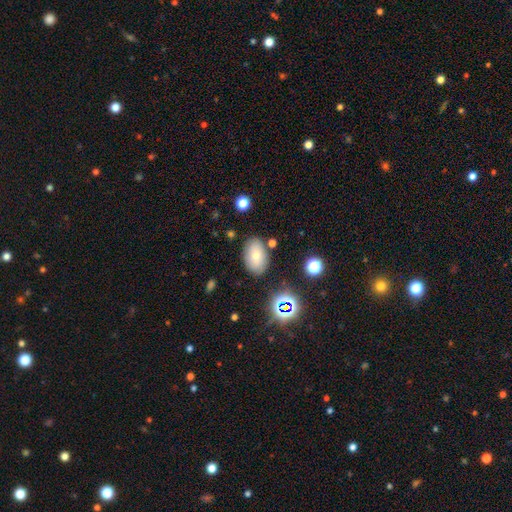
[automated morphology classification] This appears to be a smooth galaxy with no disk features (67%) that is in between round and cigar-shaped (88%). Merging: none (81%).